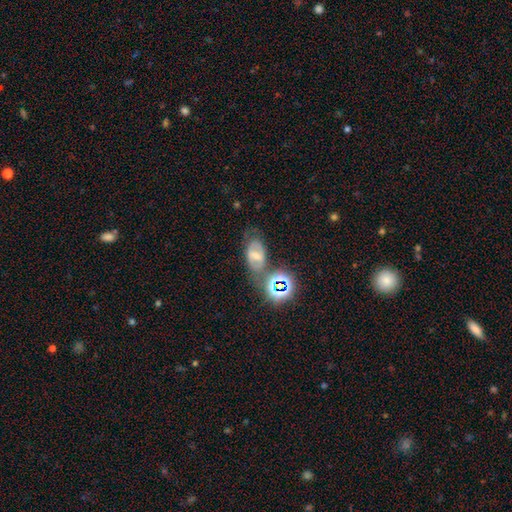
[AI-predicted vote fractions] smooth_or_featured: featured or disk (p=0.44) [alt: smooth p=0.35]
merging: none (p=0.59) [alt: minor disturbance p=0.18]